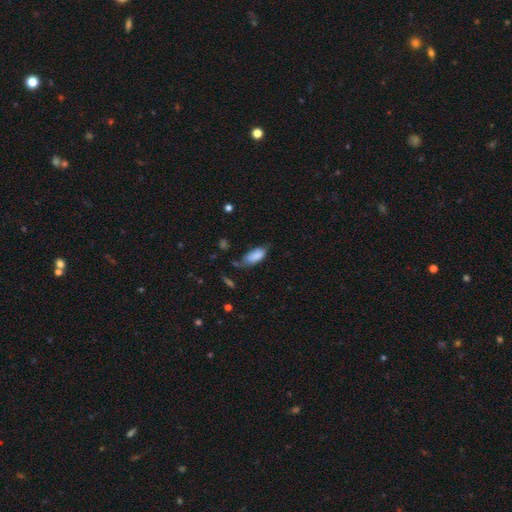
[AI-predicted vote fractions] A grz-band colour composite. It shows a smooth galaxy with no disk features (84%) that is in between round and cigar-shaped (88%). Merging: none (48%).